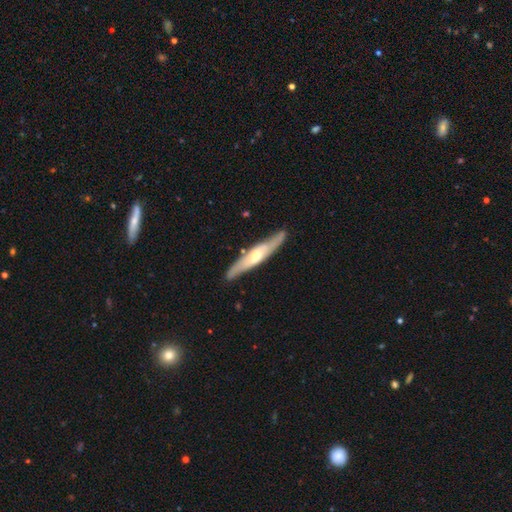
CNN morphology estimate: Smooth or featured: featured or disk — 64% (smooth — 31%)
Edge-on disk: yes — 81% (no — 19%)
Edge-on bulge: rounded — 76% (boxy — 12%)
Merging: none — 84% (minor disturbance — 12%)